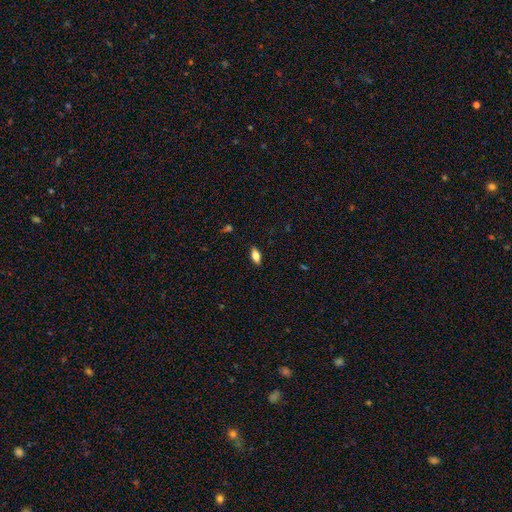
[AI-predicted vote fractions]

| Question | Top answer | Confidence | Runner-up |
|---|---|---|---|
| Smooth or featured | smooth | 75% | featured or disk (16%) |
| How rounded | in between | 85% | cigar-shaped (11%) |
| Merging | none | 88% | minor disturbance (9%) |